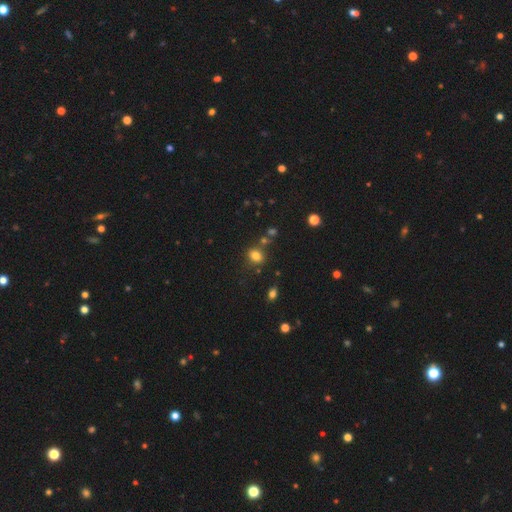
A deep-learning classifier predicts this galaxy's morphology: Smooth or featured? smooth (80%)
How rounded? in between (59%)
Merging? none (72%)